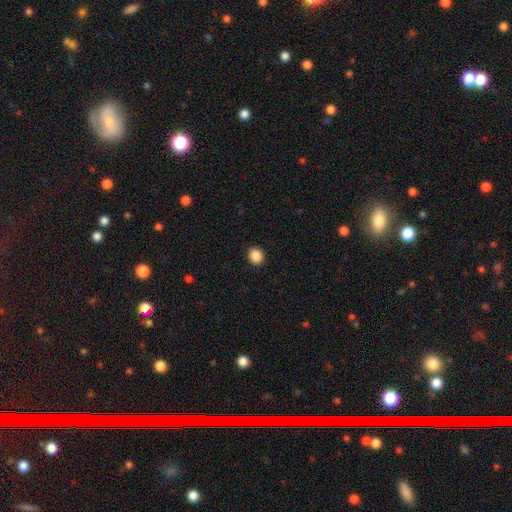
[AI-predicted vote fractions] Overall: smooth (88%). How rounded: round (71%). Merging: none (92%).